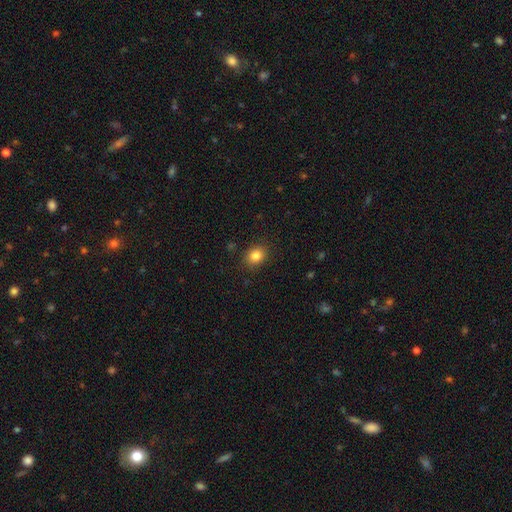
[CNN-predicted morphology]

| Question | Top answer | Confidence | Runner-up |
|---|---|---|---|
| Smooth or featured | smooth | 84% | star or artifact (10%) |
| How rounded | round | 52% | in between (47%) |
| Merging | none | 87% | minor disturbance (9%) |